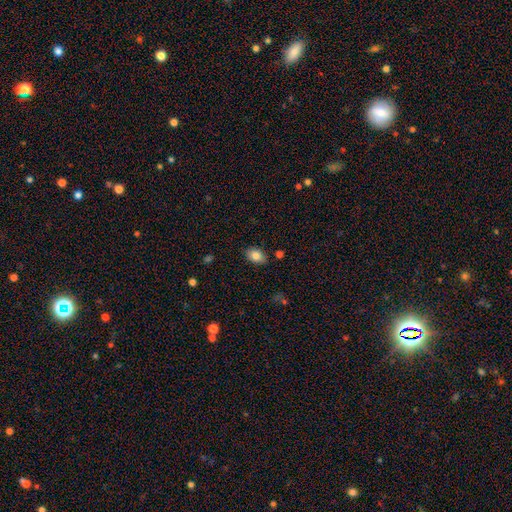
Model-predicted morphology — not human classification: Smooth or featured: smooth — 83% (featured or disk — 9%)
How rounded: in between — 83% (round — 16%)
Merging: none — 85% (minor disturbance — 11%)